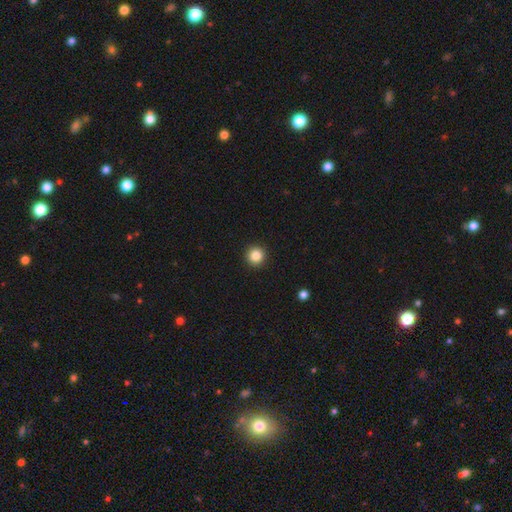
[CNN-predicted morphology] Smooth or featured: smooth — 85% (star or artifact — 11%)
How rounded: round — 96% (in between — 3%)
Merging: none — 93% (minor disturbance — 4%)